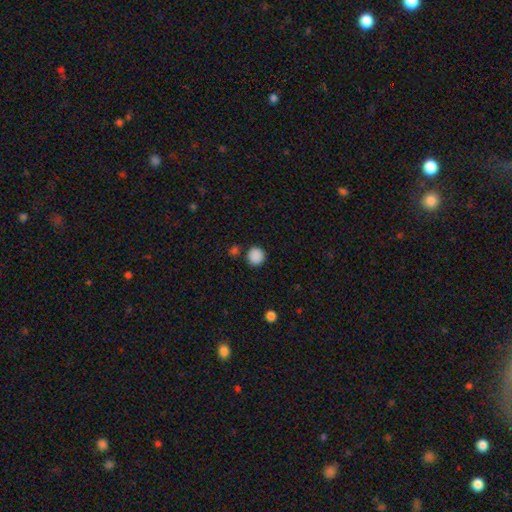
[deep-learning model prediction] Morphology: type=smooth (88%); roundness=round (91%); merging=none (84%).